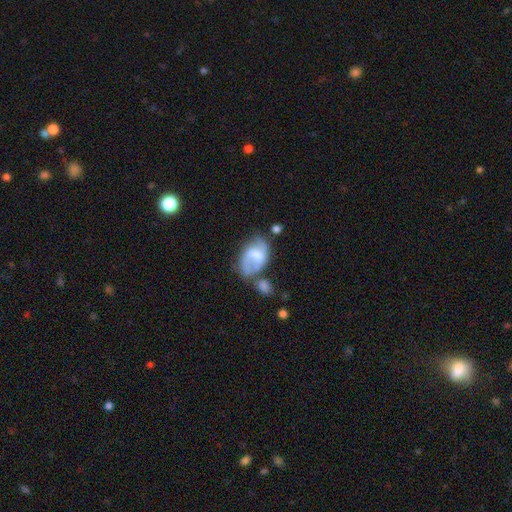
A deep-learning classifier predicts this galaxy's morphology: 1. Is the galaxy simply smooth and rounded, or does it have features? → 48% featured or disk, 44% smooth, 8% star or artifact.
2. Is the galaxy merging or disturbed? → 36% none, 26% minor disturbance, 21% merger, 17% major disturbance.